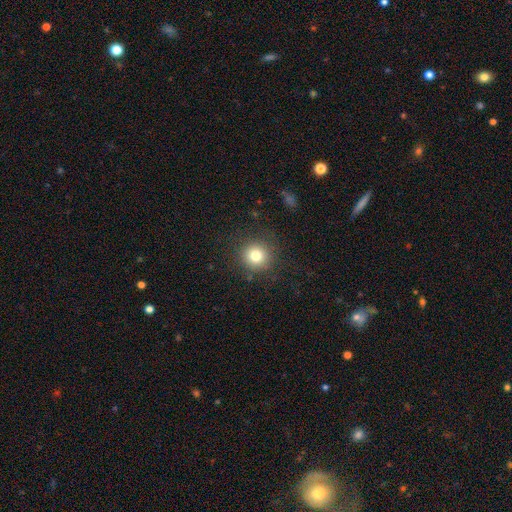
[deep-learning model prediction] Smooth or featured? smooth (79%)
How rounded? round (94%)
Merging? none (88%)